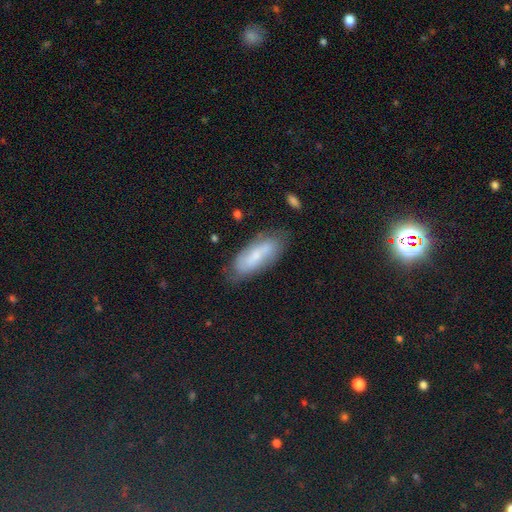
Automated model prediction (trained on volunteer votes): Smooth or featured? smooth (52%)
How rounded? in between (72%)
Merging? none (71%)